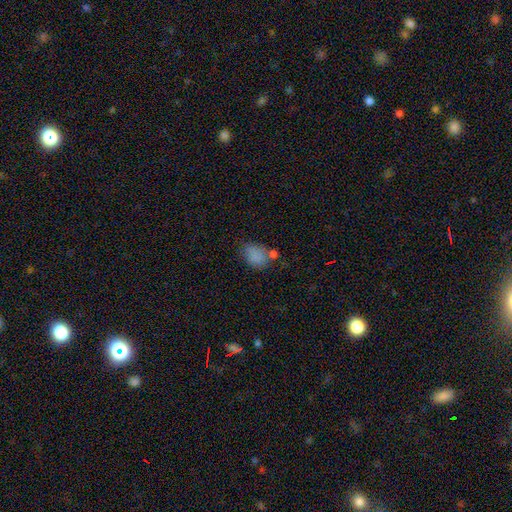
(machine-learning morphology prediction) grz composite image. It shows a smooth galaxy with no disk features (79%) that is in between round and cigar-shaped (66%). Merging: none (51%).